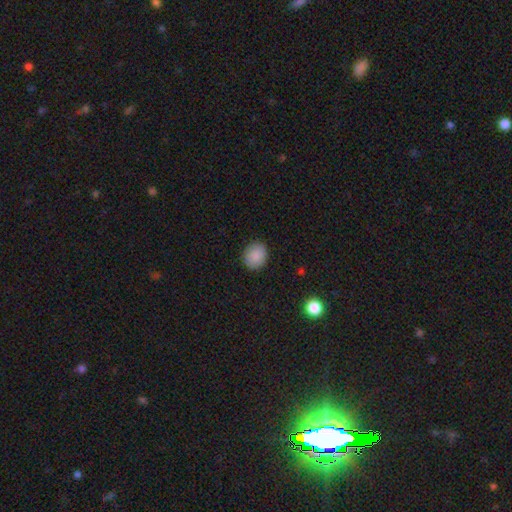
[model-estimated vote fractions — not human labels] Smooth or featured?
  - smooth: 88% *
  - star or artifact: 8%
  - featured or disk: 4%
How rounded?
  - round: 72% *
  - in between: 27%
  - cigar-shaped: 1%
Merging?
  - none: 90% *
  - minor disturbance: 7%
  - major disturbance: 2%
  - merger: 1%